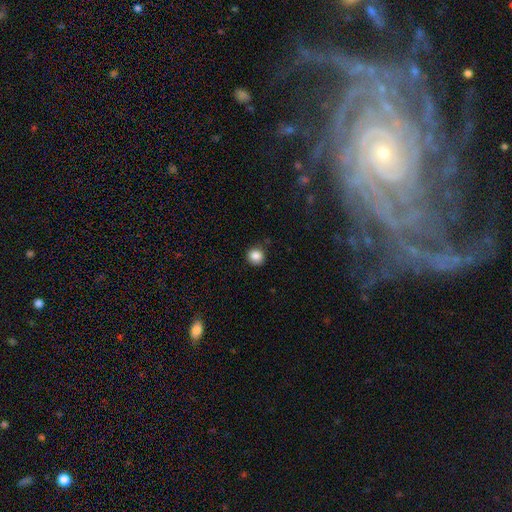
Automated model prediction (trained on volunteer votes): Morphology: type=smooth (86%); roundness=round (90%); merging=none (86%).